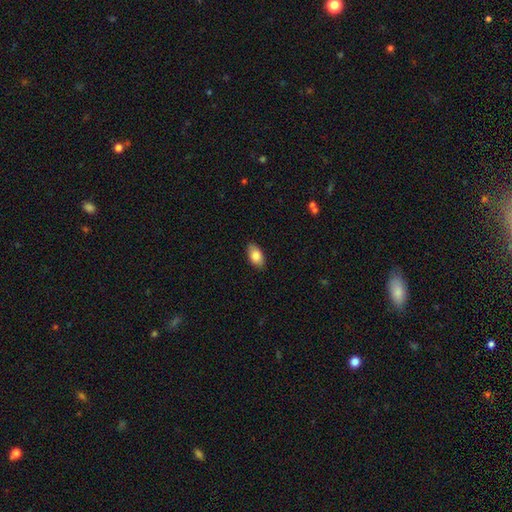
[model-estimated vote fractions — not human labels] A smooth galaxy with no disk features (85%) that is in between round and cigar-shaped (92%).

Vote fractions:
- Smooth or featured? smooth: 85% / featured or disk: 8% / star or artifact: 7%
- How rounded? in between: 92% / round: 4% / cigar-shaped: 4%
- Merging? none: 86% / minor disturbance: 11% / major disturbance: 2% / merger: 1%